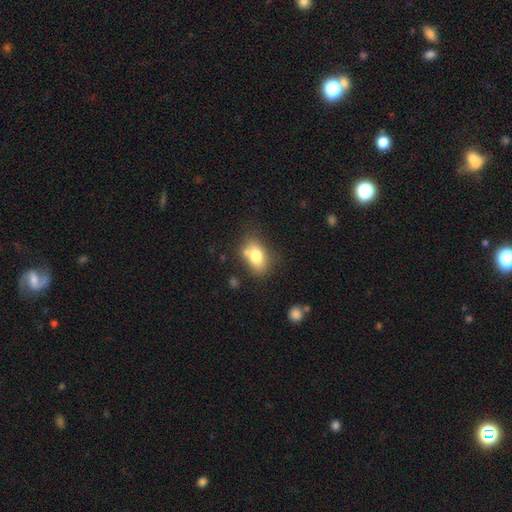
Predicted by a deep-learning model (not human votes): smooth-or-featured: smooth: 75% | featured or disk: 16% | star or artifact: 9%
  how-rounded: in between: 79% | round: 19% | cigar-shaped: 2%
  merging: none: 58% | minor disturbance: 20% | merger: 16% | major disturbance: 6%